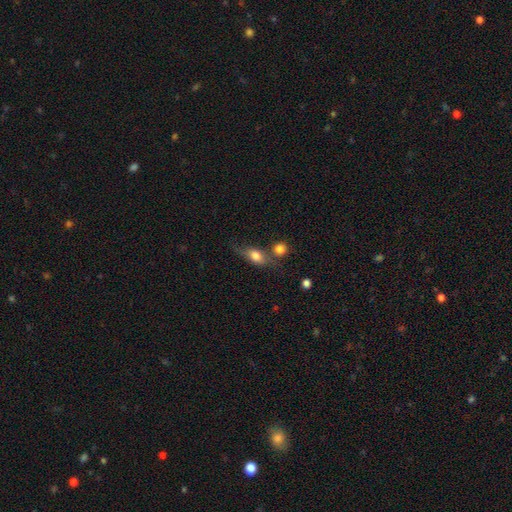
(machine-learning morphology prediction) smooth 75%, featured or disk 16%, star or artifact 9%. Down the decision tree: how rounded — in between (72%); merging — none (46%).